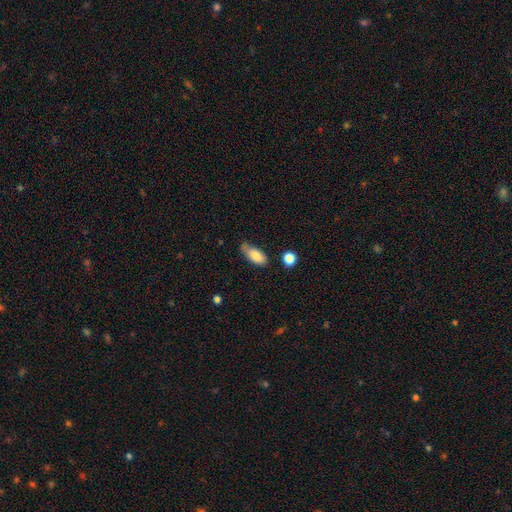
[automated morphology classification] smooth 80%, featured or disk 13%, star or artifact 7%. Down the decision tree: how rounded — in between (86%); merging — none (55%).